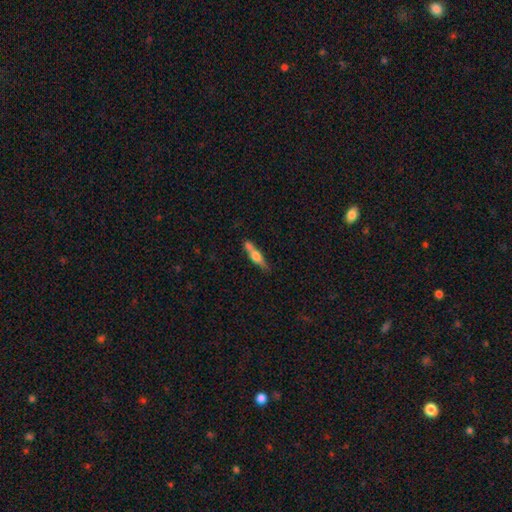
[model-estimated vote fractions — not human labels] smooth-or-featured: featured or disk: 50% | smooth: 44% | star or artifact: 6%
  merging: none: 62% | minor disturbance: 17% | merger: 16% | major disturbance: 5%